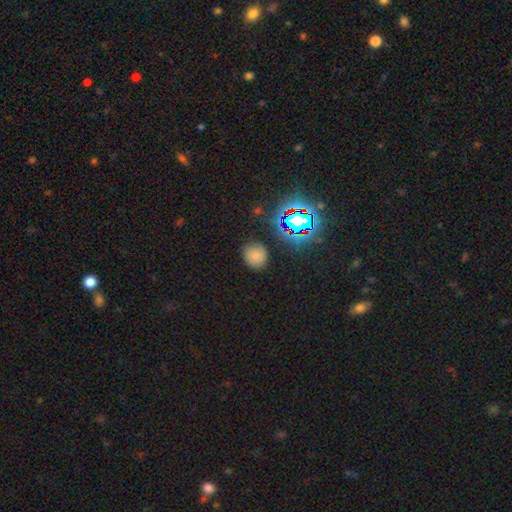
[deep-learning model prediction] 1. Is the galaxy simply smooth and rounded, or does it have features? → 70% smooth, 20% star or artifact, 10% featured or disk.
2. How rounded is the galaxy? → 80% round, 19% in between, 1% cigar-shaped.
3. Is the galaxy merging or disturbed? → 81% none, 13% minor disturbance, 3% major disturbance, 2% merger.